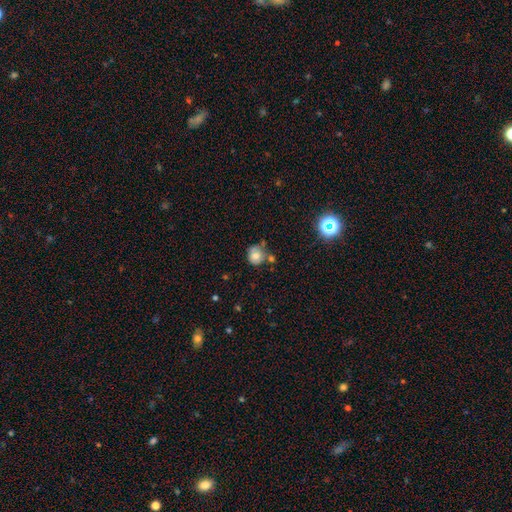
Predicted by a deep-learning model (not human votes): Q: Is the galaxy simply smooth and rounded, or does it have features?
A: smooth — 70%.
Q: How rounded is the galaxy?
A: round — 83%.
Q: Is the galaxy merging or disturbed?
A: none — 58%.